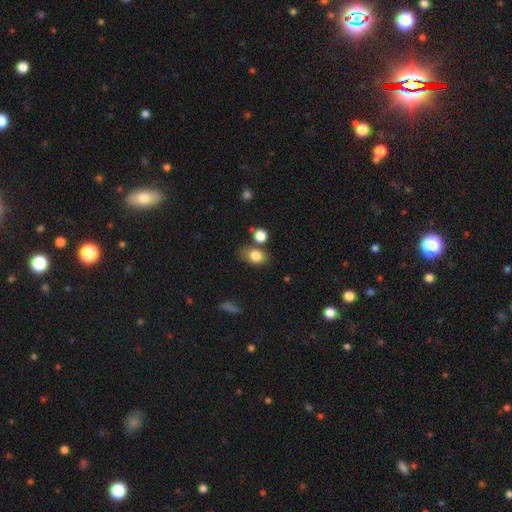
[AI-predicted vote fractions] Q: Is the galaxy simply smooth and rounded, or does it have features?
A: smooth — 81%.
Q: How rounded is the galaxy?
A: in between — 65%.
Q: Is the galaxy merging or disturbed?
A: none — 58%.